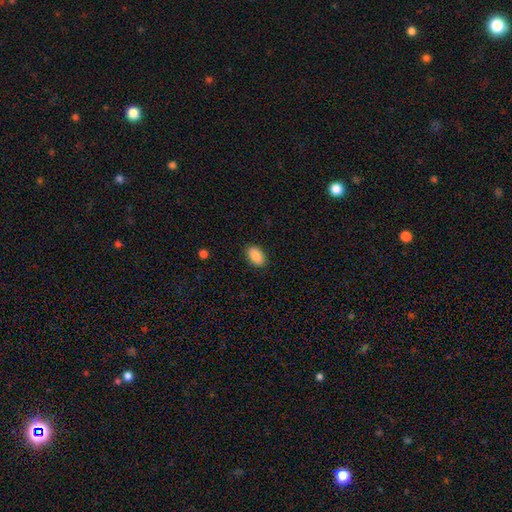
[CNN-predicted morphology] A smooth galaxy with no disk features (90%) that is in between round and cigar-shaped (93%).

Vote fractions:
- Smooth or featured? smooth: 90% / star or artifact: 7% / featured or disk: 4%
- How rounded? in between: 93% / round: 6% / cigar-shaped: 2%
- Merging? none: 88% / minor disturbance: 9% / major disturbance: 2% / merger: 1%